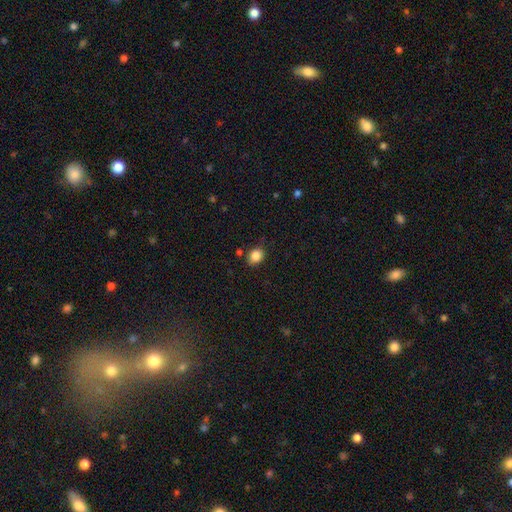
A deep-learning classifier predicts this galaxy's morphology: The model was most divided on "how rounded": in between: 51%, round: 48%, cigar-shaped: 1%. More confident: smooth or featured — smooth (86%); merging — none (80%).